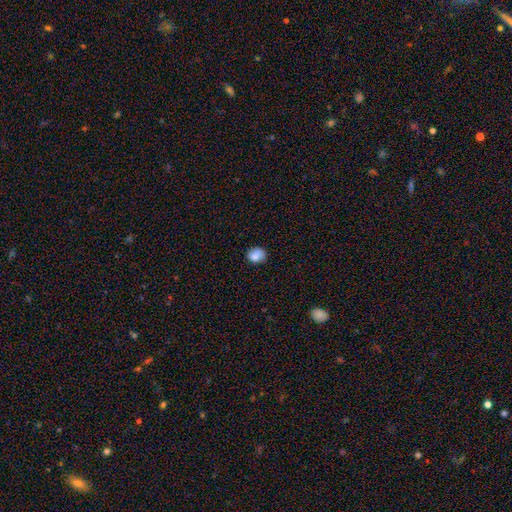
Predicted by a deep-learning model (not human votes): This appears to be a smooth galaxy with no disk features (83%) that is round (61%). Merging: none (71%).